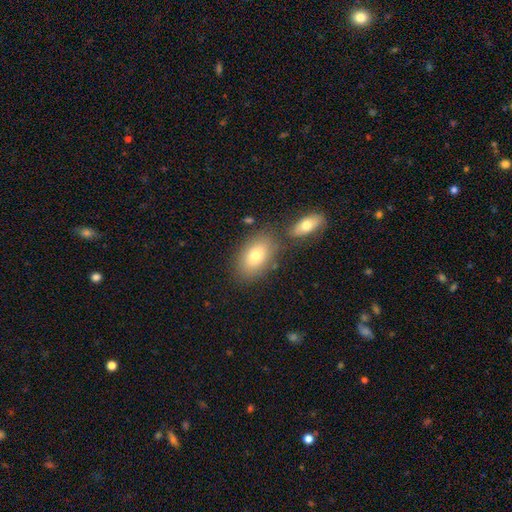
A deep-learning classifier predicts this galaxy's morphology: smooth 75%, featured or disk 17%, star or artifact 8%. Down the decision tree: how rounded — in between (88%); merging — none (69%).